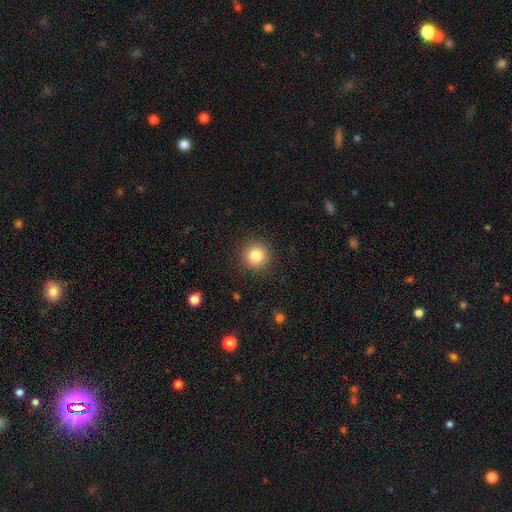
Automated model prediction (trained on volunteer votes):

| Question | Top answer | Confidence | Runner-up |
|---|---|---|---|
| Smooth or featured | smooth | 82% | star or artifact (11%) |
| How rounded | round | 95% | in between (4%) |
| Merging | none | 91% | minor disturbance (6%) |